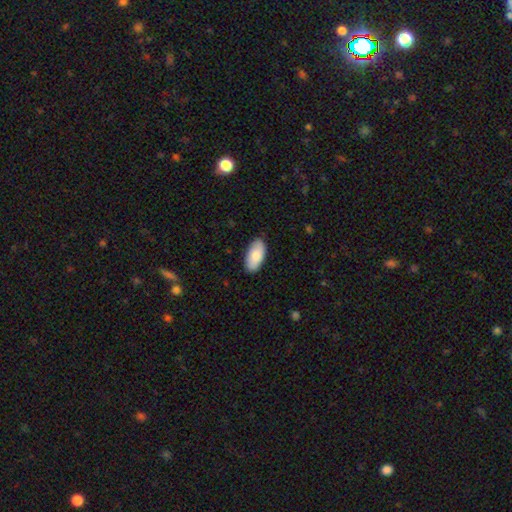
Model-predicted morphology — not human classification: This appears to be a smooth galaxy with no disk features (84%) that is in between round and cigar-shaped (95%). Merging: none (87%).